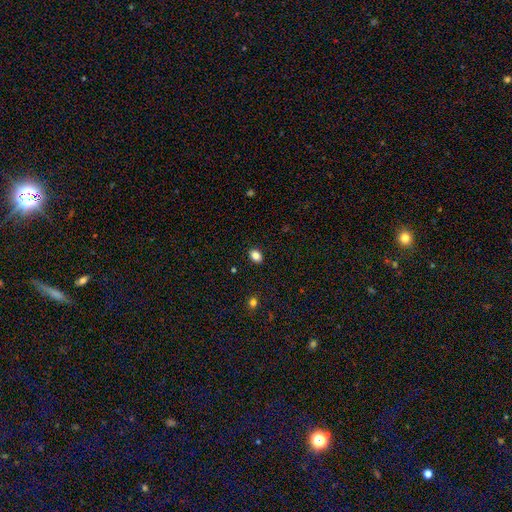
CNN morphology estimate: Overall: smooth (86%). How rounded: in between (69%; round 30%). Merging: none (90%).